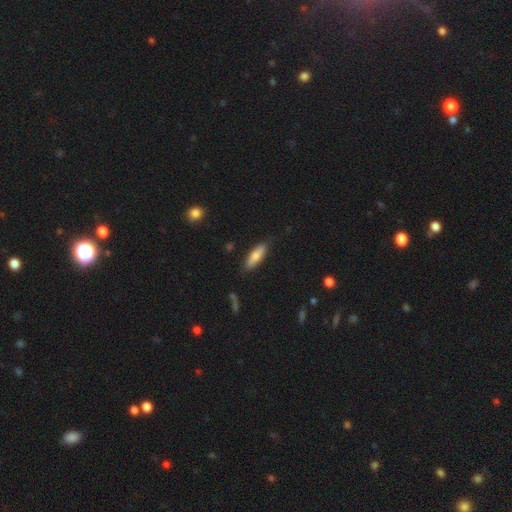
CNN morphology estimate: type=smooth (75%); roundness=in between (50%); merging=none (84%).